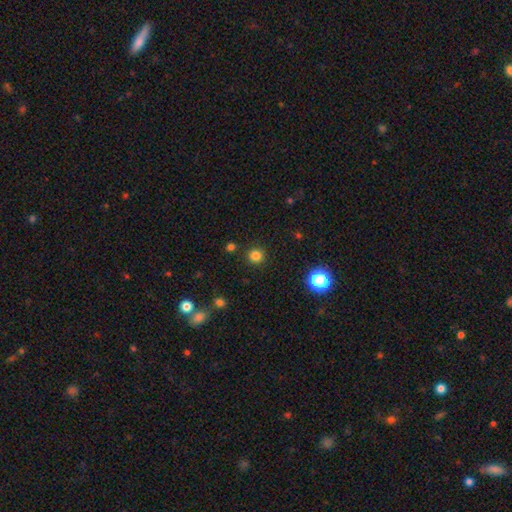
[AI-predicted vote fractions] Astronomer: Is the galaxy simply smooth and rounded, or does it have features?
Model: smooth — 81%.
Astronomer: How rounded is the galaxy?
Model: round — 95%.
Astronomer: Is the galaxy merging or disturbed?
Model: none — 91%.